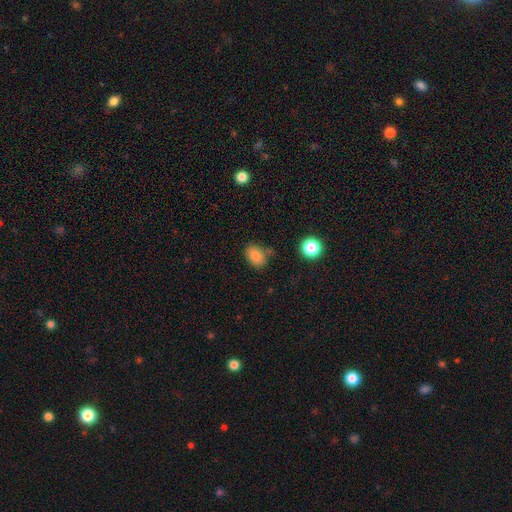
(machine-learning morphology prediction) This appears to be a smooth galaxy with no disk features (84%) that is in between round and cigar-shaped (71%). Merging: none (69%).